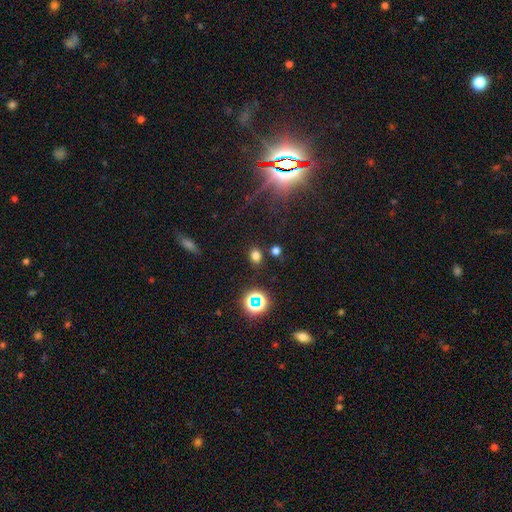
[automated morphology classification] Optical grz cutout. It shows a smooth galaxy with no disk features (71%) that is round (56%). Merging: none (84%).